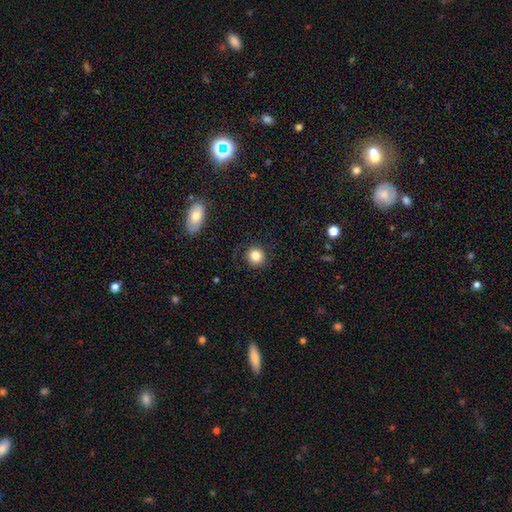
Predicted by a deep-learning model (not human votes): smooth 83%, star or artifact 10%, featured or disk 7%. Down the decision tree: how rounded — round (90%); merging — none (86%).